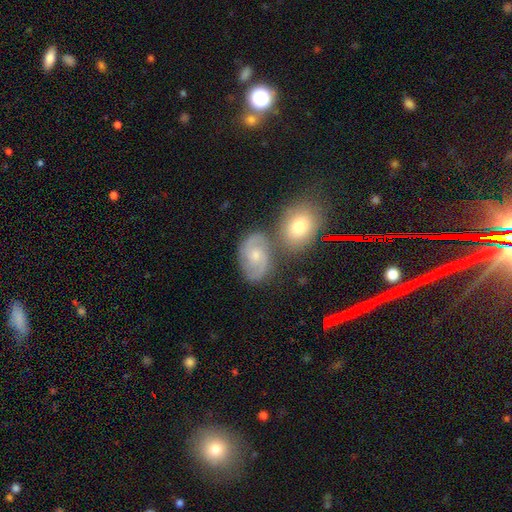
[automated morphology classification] Q: Smooth or featured?
A: featured or disk (72%); runner-up: smooth (21%)
Q: Edge-on disk?
A: no (97%); runner-up: yes (3%)
Q: Bar?
A: no (64%); runner-up: weak (32%)
Q: Spiral arms?
A: yes (92%); runner-up: no (8%)
Q: Spiral winding?
A: medium (52%); runner-up: tight (30%)
Q: Spiral arm count?
A: 2 (84%); runner-up: can't tell (8%)
Q: Bulge size?
A: small (52%); runner-up: moderate (41%)
Q: Merging?
A: none (57%); runner-up: merger (22%)